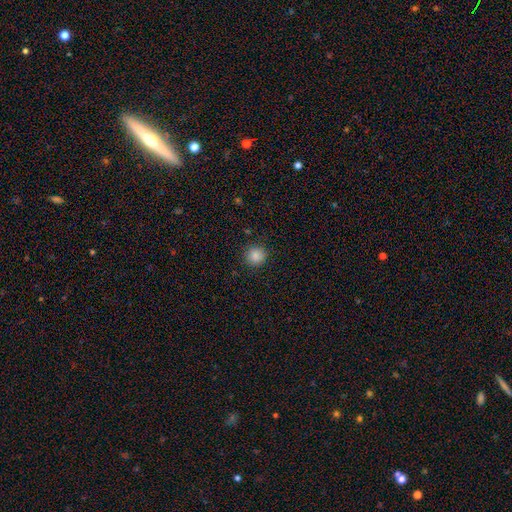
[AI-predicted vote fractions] This appears to be a smooth galaxy with no disk features (86%) that is round (92%). Merging: none (90%).